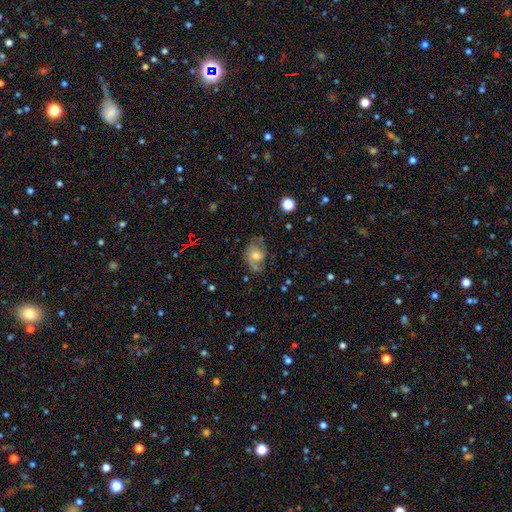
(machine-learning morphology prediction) Smooth or featured: featured or disk — 60% (smooth — 29%)
Edge-on disk: no — 96% (yes — 4%)
Bar: no — 64% (weak — 31%)
Spiral arms: yes — 85% (no — 15%)
Bulge size: moderate — 59% (small — 28%)
Merging: none — 56% (minor disturbance — 24%)